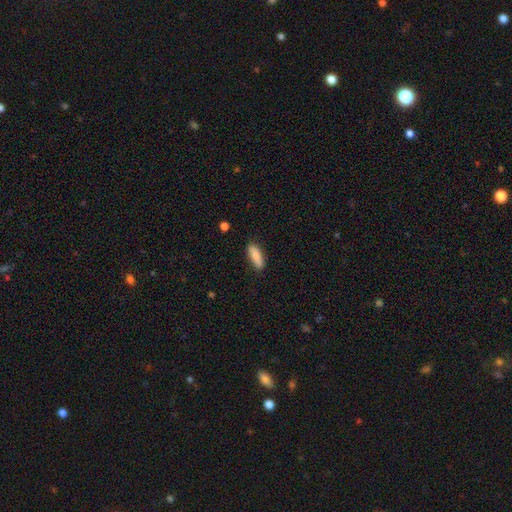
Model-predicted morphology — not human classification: smooth_or_featured: smooth (p=0.82) [alt: featured or disk p=0.11]
how_rounded: in between (p=0.56) [alt: cigar-shaped p=0.42]
merging: none (p=0.84) [alt: minor disturbance p=0.12]